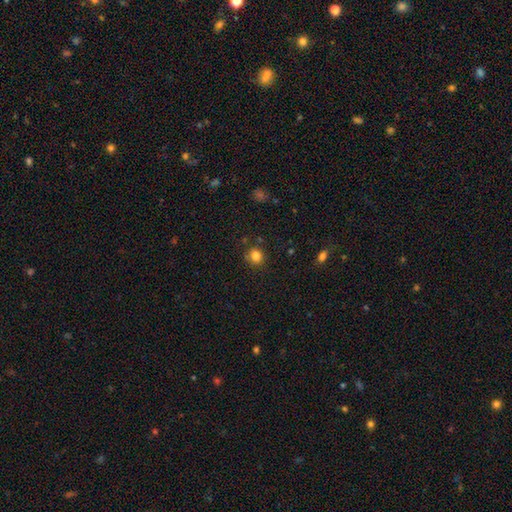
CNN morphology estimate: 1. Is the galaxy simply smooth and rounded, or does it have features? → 81% smooth, 13% star or artifact, 5% featured or disk.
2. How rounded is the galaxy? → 78% round, 21% in between, 1% cigar-shaped.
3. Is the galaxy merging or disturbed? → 78% none, 13% minor disturbance, 6% merger, 4% major disturbance.